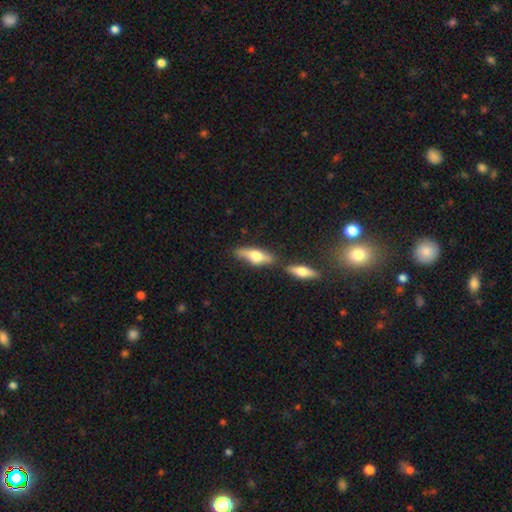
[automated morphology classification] Smooth or featured? Predicted: smooth (p=0.47). Merging? Predicted: none (p=0.65).